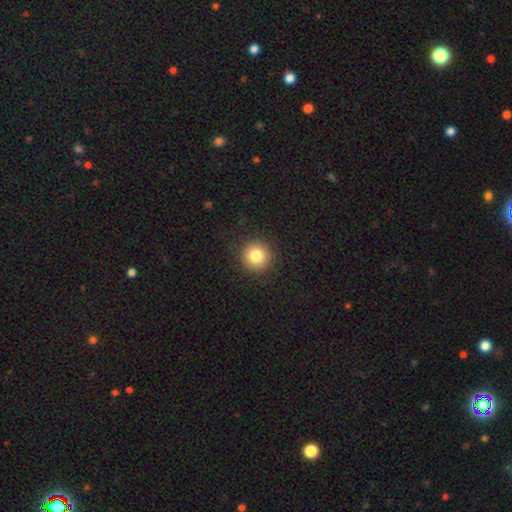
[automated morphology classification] type=smooth (81%); roundness=round (95%); merging=none (91%).